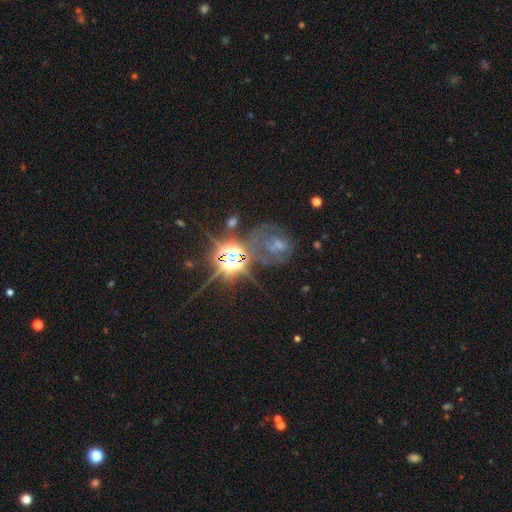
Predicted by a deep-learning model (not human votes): This appears to be a star or artifact, not a galaxy (64%).